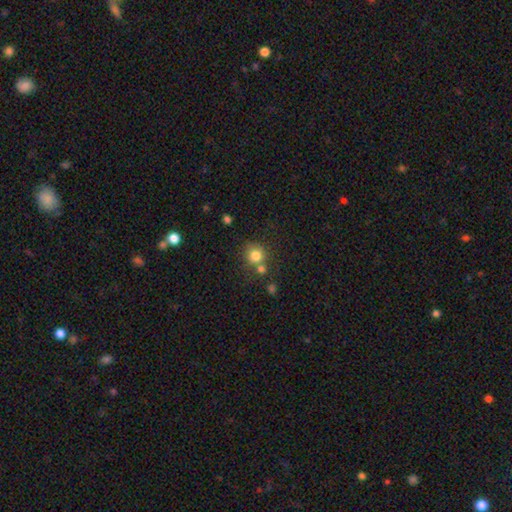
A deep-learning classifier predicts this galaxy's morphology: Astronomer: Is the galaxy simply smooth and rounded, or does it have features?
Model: smooth — 80%.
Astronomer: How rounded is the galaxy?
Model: round — 90%.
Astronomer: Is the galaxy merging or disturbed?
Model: none — 63%.